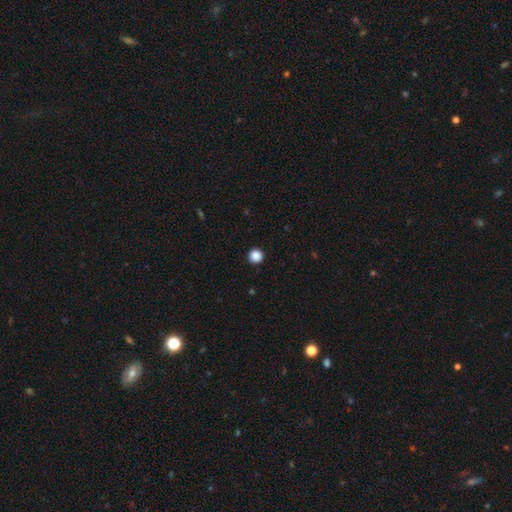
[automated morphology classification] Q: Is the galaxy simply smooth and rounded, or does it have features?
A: smooth — 87%.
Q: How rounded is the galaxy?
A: round — 96%.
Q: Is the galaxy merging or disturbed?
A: none — 94%.